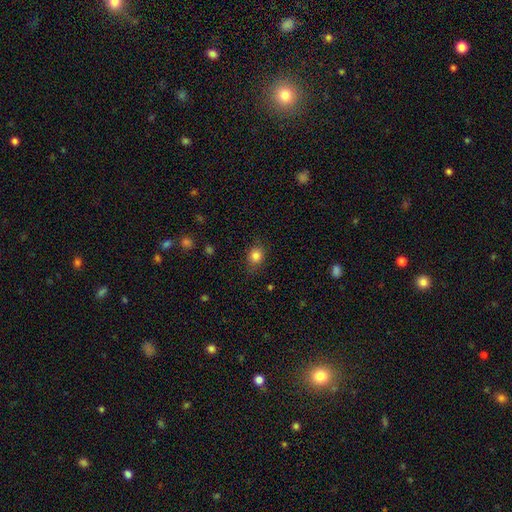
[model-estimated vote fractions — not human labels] smooth_or_featured: smooth (p=0.84) [alt: star or artifact p=0.11]
how_rounded: round (p=0.56) [alt: in between p=0.43]
merging: none (p=0.79) [alt: minor disturbance p=0.15]